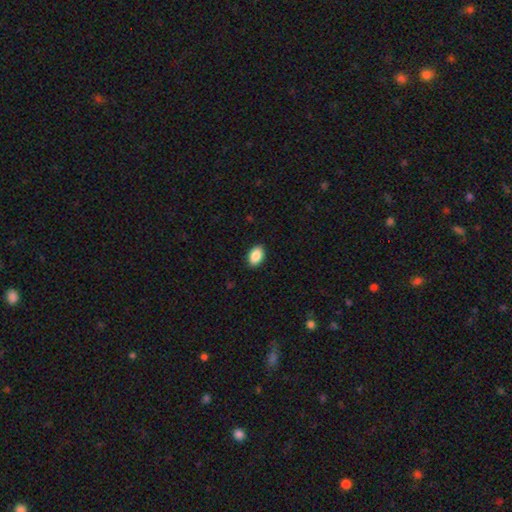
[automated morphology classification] This appears to be a smooth galaxy with no disk features (88%) that is in between round and cigar-shaped (90%). Merging: none (90%).